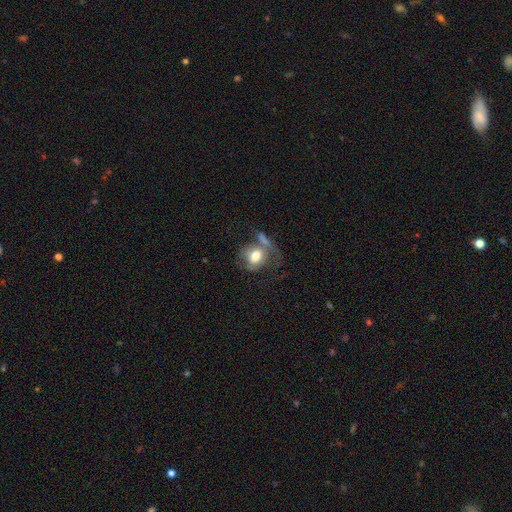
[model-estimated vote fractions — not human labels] Smooth or featured? smooth (60%)
How rounded? round (55%)
Merging? none (29%)